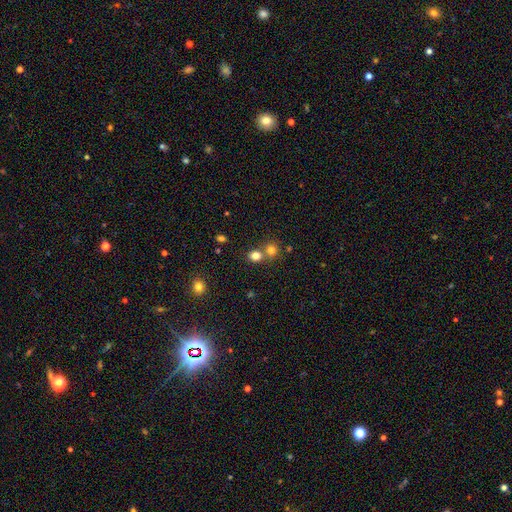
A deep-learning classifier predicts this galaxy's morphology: Smooth or featured? Predicted: smooth (p=0.79). How rounded? Predicted: round (p=0.78). Merging? Predicted: none (p=0.58).